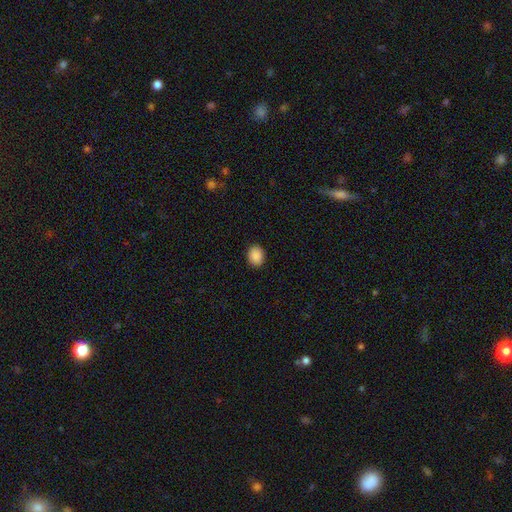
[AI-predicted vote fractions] Smooth or featured? Predicted: smooth (p=0.89). How rounded? Predicted: in between (p=0.51). Merging? Predicted: none (p=0.90).